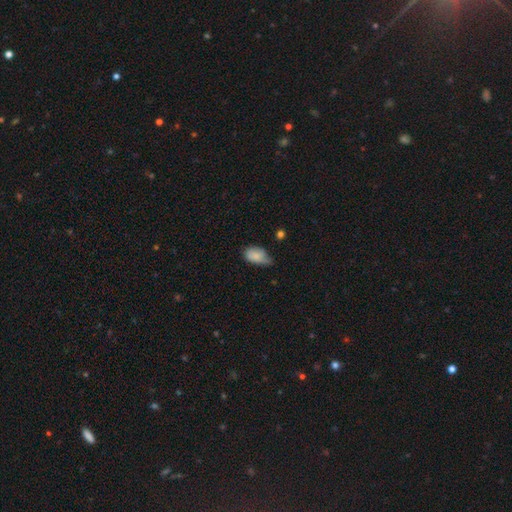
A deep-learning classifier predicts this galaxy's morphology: Smooth or featured: smooth — 81% (featured or disk — 11%)
How rounded: in between — 90% (round — 8%)
Merging: minor disturbance — 49% (none — 35%)